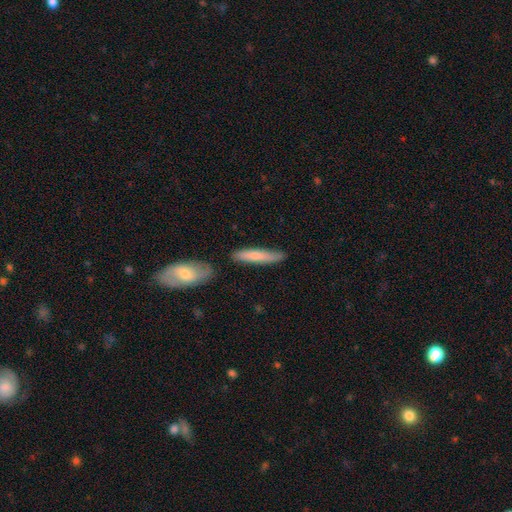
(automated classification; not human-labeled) Morphology: type=smooth (70%); roundness=cigar-shaped (87%); merging=none (79%).